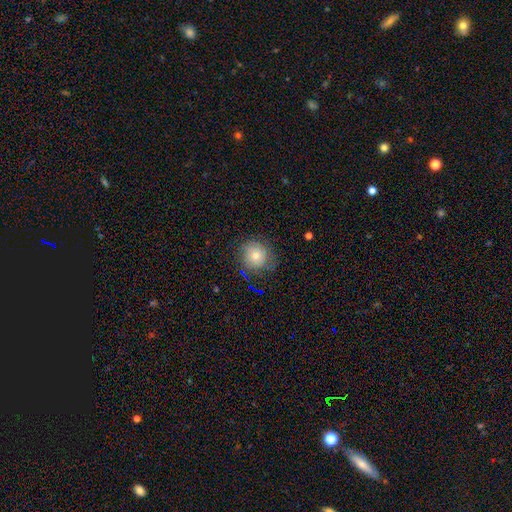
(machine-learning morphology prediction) Overall: smooth (67%). How rounded: round (90%). Merging: none (74%).